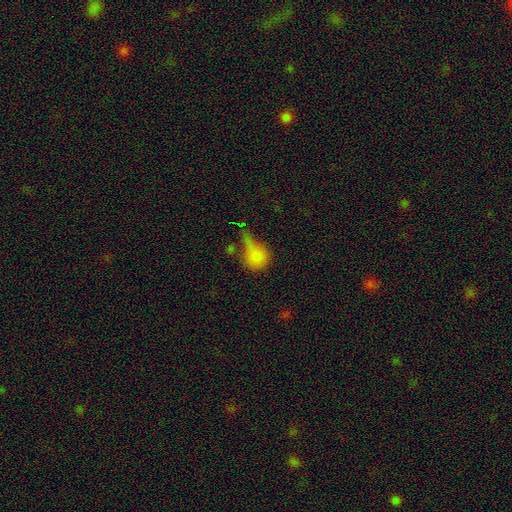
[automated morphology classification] Q: Smooth or featured?
A: smooth (75%); runner-up: star or artifact (14%)
Q: How rounded?
A: round (69%); runner-up: in between (28%)
Q: Merging?
A: none (31%); runner-up: major disturbance (30%)